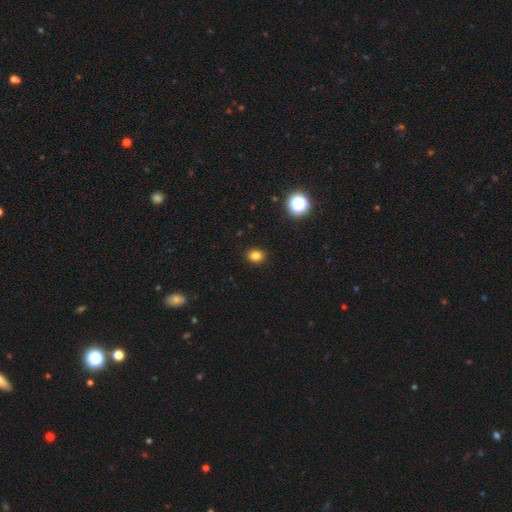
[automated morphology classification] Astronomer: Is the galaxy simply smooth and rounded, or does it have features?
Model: smooth — 81%.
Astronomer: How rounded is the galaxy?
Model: round — 60% (runner-up: in between, 39%).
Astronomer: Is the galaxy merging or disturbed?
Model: none — 91%.